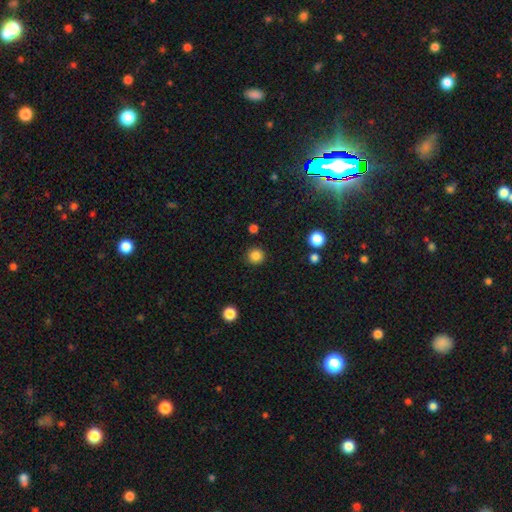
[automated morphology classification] Overall: smooth (84%). How rounded: round (94%). Merging: none (91%).